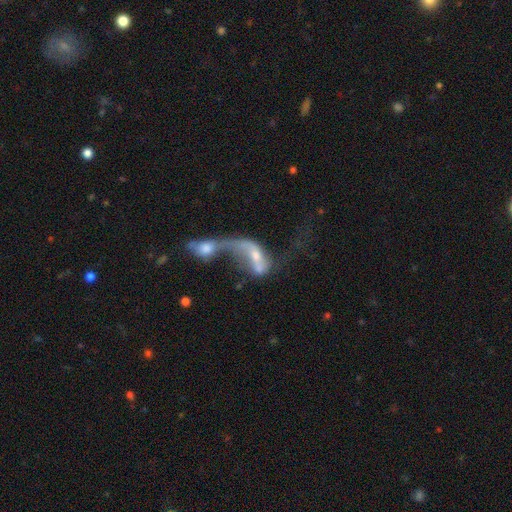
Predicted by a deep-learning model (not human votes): featured or disk 61%, smooth 29%, star or artifact 10%. Down the decision tree: edge-on disk — no (91%); bar — no (52%); spiral arms — yes (60%); bulge size — moderate (42%); merging — merger (73%).